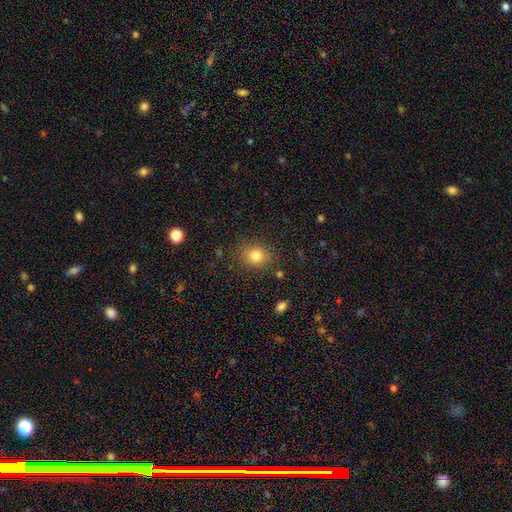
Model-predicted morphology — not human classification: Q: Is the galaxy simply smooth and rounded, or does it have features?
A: smooth — 80%.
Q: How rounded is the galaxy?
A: round — 66%.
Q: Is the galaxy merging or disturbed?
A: none — 81%.